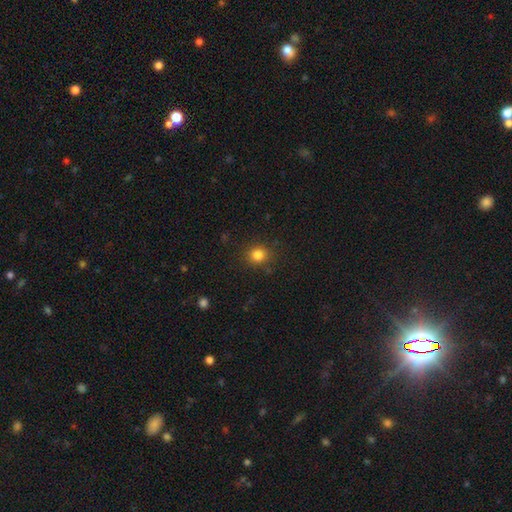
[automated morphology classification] Q: Smooth or featured?
A: smooth (79%); runner-up: star or artifact (16%)
Q: How rounded?
A: round (87%); runner-up: in between (12%)
Q: Merging?
A: none (89%); runner-up: minor disturbance (7%)